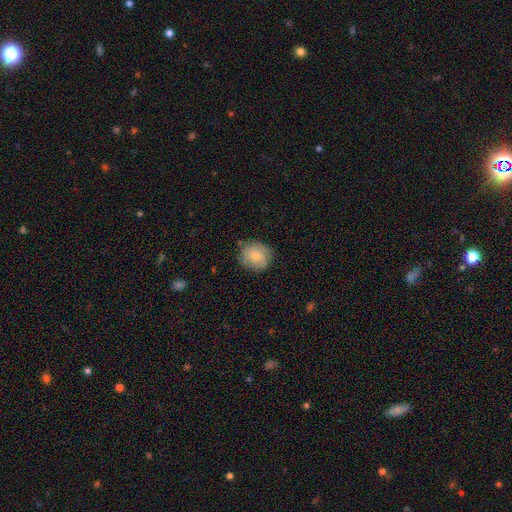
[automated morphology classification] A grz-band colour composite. It shows a smooth galaxy with no disk features (70%) that is round (79%). Merging: none (74%).